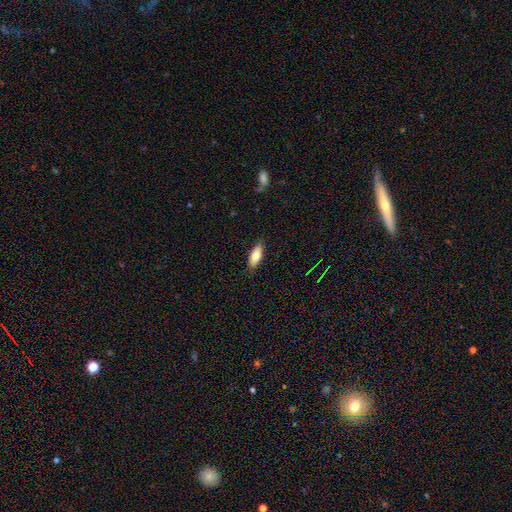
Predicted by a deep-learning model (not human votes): Smooth or featured? Predicted: smooth (p=0.75). How rounded? Predicted: in between (p=0.73). Merging? Predicted: none (p=0.85).